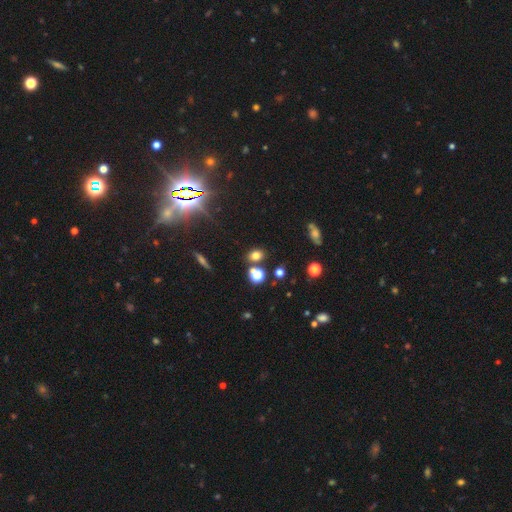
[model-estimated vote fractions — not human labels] This appears to be a smooth galaxy with no disk features (72%) that is in between round and cigar-shaped (56%). Merging: none (73%).